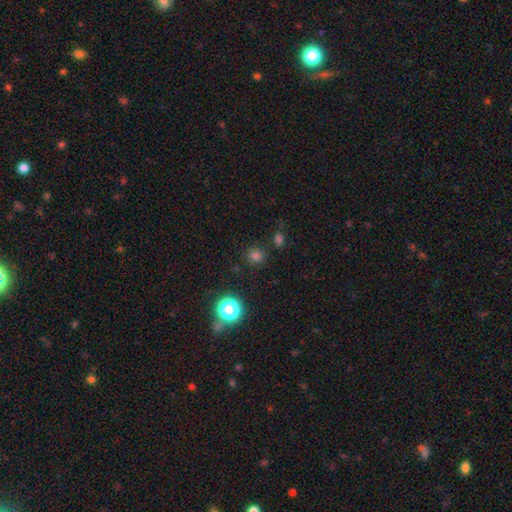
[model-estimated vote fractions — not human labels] A smooth galaxy with no disk features (72%) that is round (85%). Merging: none (82%).